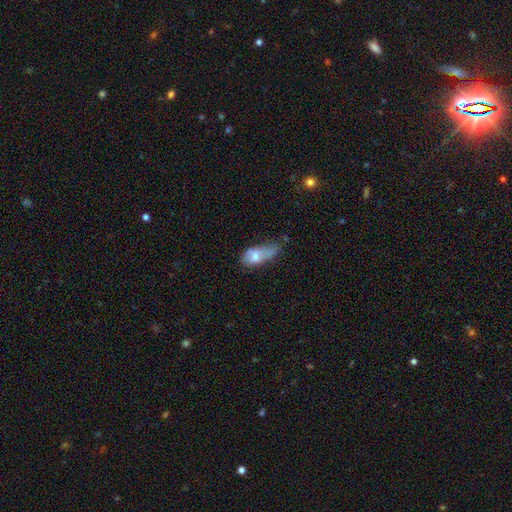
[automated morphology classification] Smooth or featured? Predicted: smooth (p=0.64). How rounded? Predicted: in between (p=0.83). Merging? Predicted: minor disturbance (p=0.35).